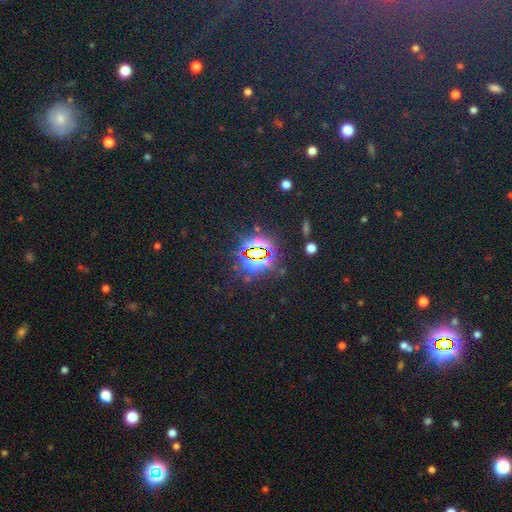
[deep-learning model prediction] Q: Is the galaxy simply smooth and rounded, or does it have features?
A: star or artifact — 79%.